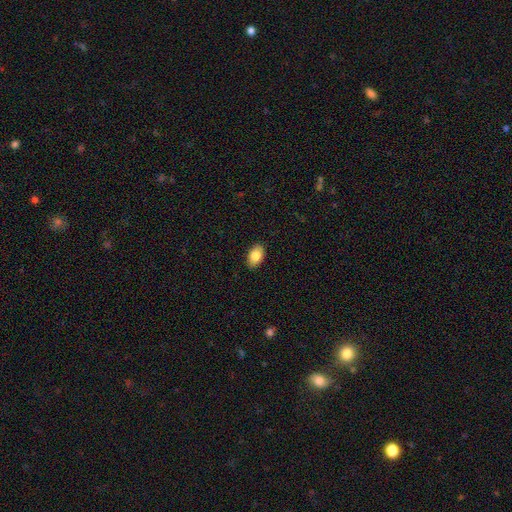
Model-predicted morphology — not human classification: type=smooth (84%); roundness=in between (91%); merging=none (89%).